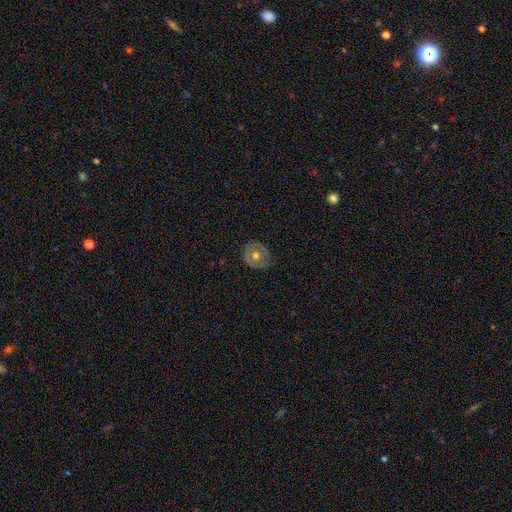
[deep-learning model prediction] The model was most divided on "smooth or featured": featured or disk: 48%, smooth: 44%, star or artifact: 7%. More confident: merging — none (81%).